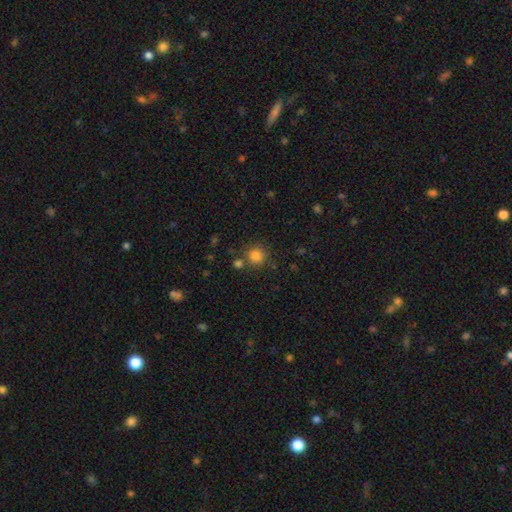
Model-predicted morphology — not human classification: smooth 83%, star or artifact 12%, featured or disk 5%. Down the decision tree: how rounded — round (92%); merging — none (75%).